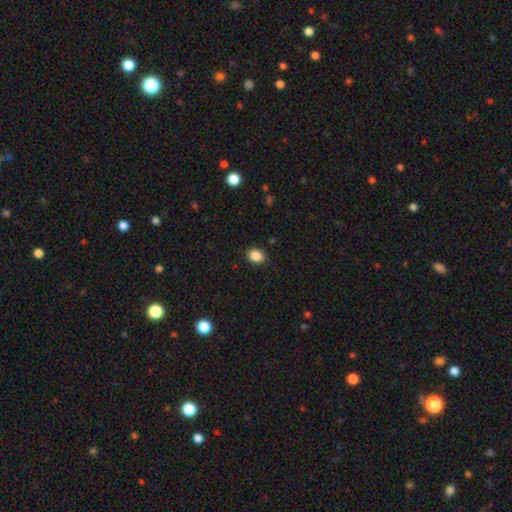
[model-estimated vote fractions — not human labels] smooth-or-featured: smooth: 88% | star or artifact: 9% | featured or disk: 3%
  how-rounded: in between: 52% | round: 47% | cigar-shaped: 1%
  merging: none: 88% | minor disturbance: 8% | major disturbance: 2% | merger: 1%